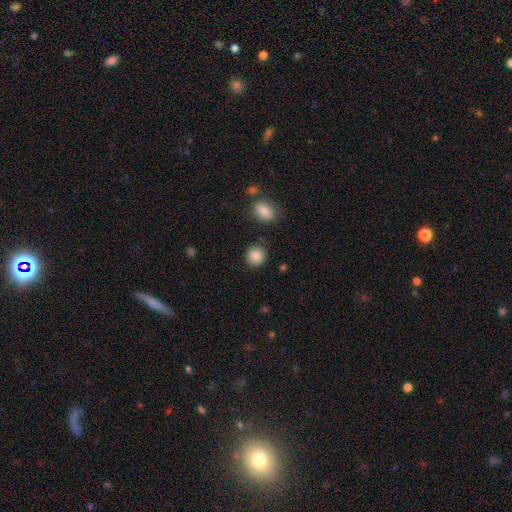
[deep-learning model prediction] This appears to be a smooth galaxy with no disk features (86%) that is round (90%). Merging: none (88%).